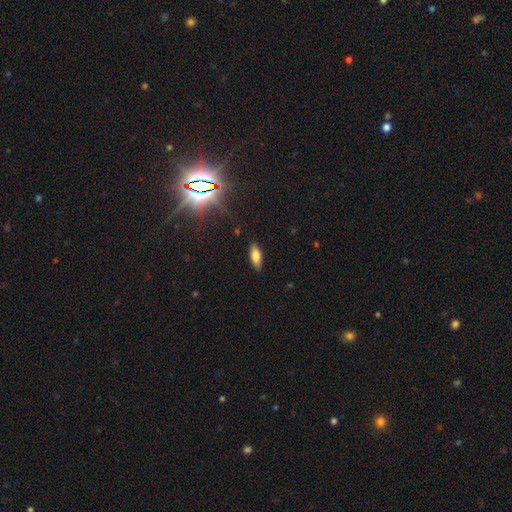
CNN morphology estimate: type=smooth (75%); roundness=in between (73%); merging=none (85%).